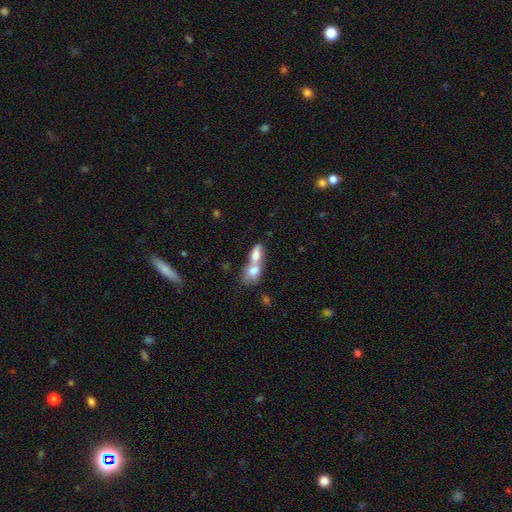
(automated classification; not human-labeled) smooth-or-featured: smooth: 74% | featured or disk: 19% | star or artifact: 7%
  how-rounded: in between: 75% | round: 18% | cigar-shaped: 7%
  merging: merger: 82% | none: 11% | minor disturbance: 4% | major disturbance: 3%